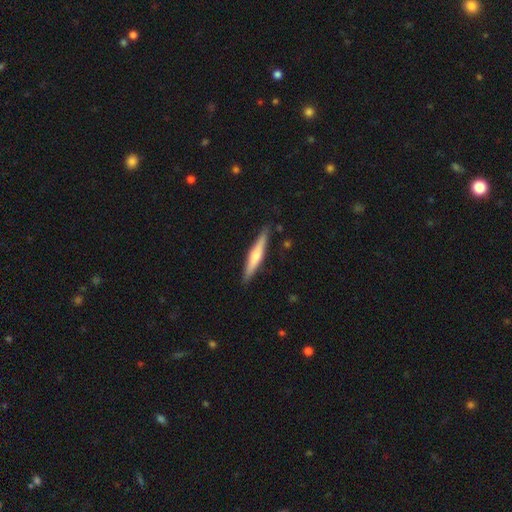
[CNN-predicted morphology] Overall: featured or disk (50%; smooth 45%). Edge-on disk: yes (96%). Merging: none (88%).